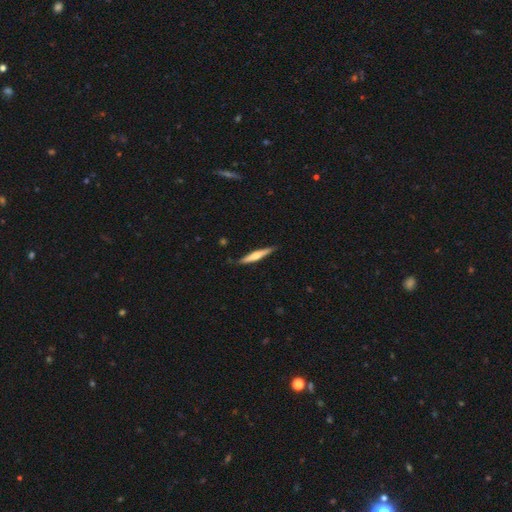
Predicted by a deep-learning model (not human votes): Smooth or featured? featured or disk (51%)
Edge-on disk? yes (96%)
Merging? none (87%)